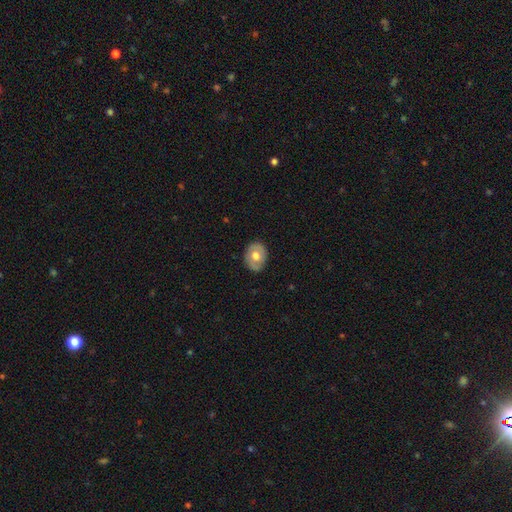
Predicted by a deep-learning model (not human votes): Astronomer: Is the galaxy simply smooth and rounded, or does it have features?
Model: smooth — 53% (runner-up: featured or disk, 41%).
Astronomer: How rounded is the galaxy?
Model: in between — 52% (runner-up: round, 47%).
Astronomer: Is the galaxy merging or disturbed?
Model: none — 82%.